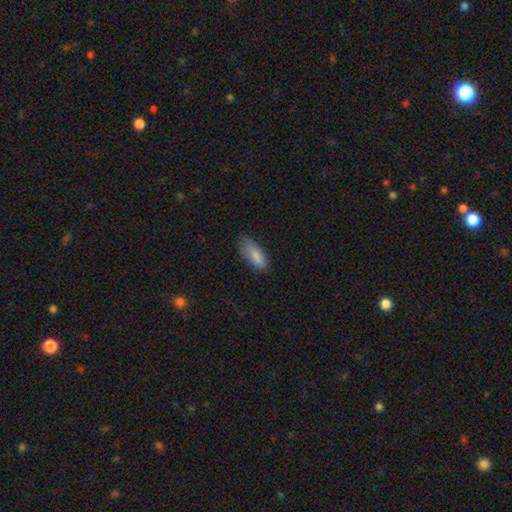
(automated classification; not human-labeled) smooth-or-featured: smooth: 84% | featured or disk: 9% | star or artifact: 7%
  how-rounded: in between: 80% | cigar-shaped: 18% | round: 2%
  merging: none: 60% | minor disturbance: 31% | major disturbance: 7% | merger: 2%